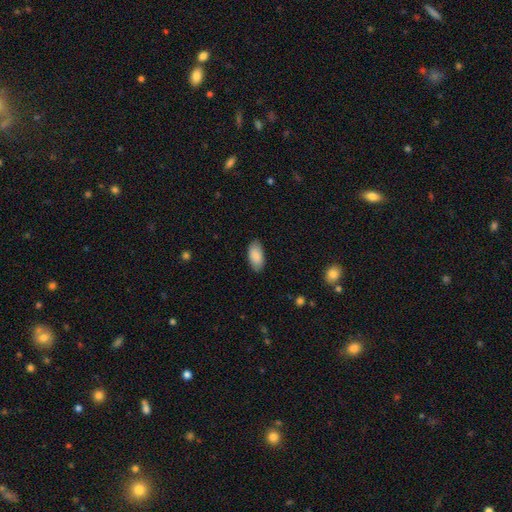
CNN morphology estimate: A smooth galaxy with no disk features (89%) that is in between round and cigar-shaped (94%). Merging: none (86%).